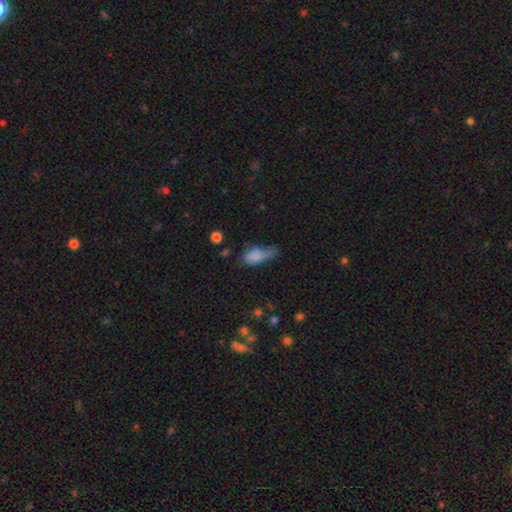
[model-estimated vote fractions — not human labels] The model was most divided on "merging": minor disturbance: 35%, major disturbance: 32%, none: 24%, merger: 8%. More confident: how rounded — in between (84%); smooth or featured — smooth (75%).